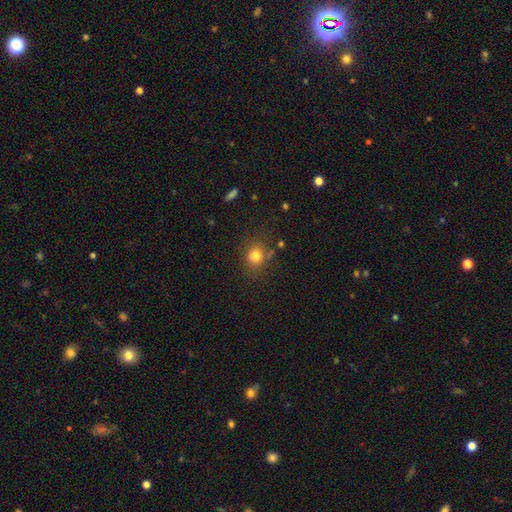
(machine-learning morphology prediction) smooth-or-featured: smooth: 78% | star or artifact: 13% | featured or disk: 8%
  how-rounded: round: 72% | in between: 27% | cigar-shaped: 1%
  merging: none: 75% | minor disturbance: 14% | merger: 5% | major disturbance: 5%